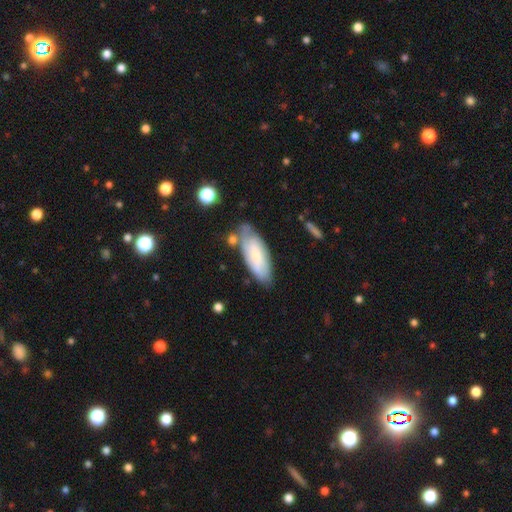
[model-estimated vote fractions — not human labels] This is possibly a smooth galaxy (49%). Merging: likely none (63%).